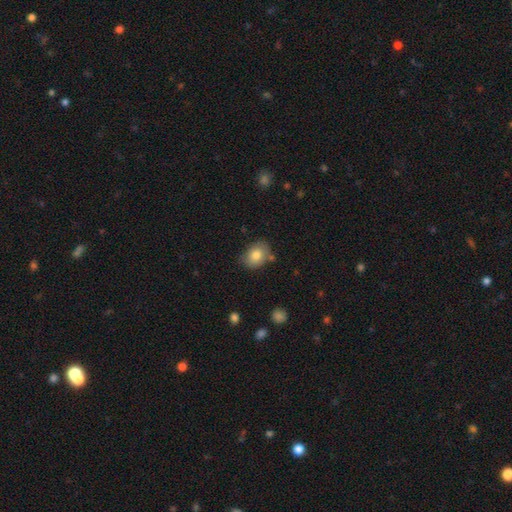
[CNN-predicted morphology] smooth_or_featured: smooth (p=0.80) [alt: featured or disk p=0.12]
how_rounded: in between (p=0.68) [alt: round p=0.32]
merging: none (p=0.72) [alt: minor disturbance p=0.19]